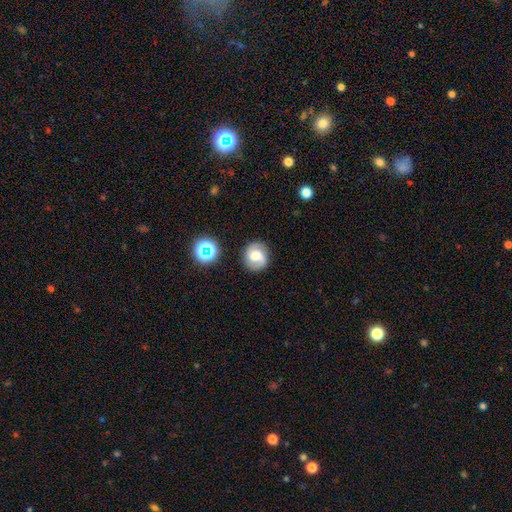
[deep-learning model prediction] Overall: featured or disk (59%; smooth 31%). Edge-on disk: no (98%). Bar: weak (45%; no 42%). Spiral arms: yes (90%). Spiral arm count: 2 (85%). Spiral winding: medium (48%; tight 29%). Bulge size: moderate (57%; large 22%). Merging: none (82%).